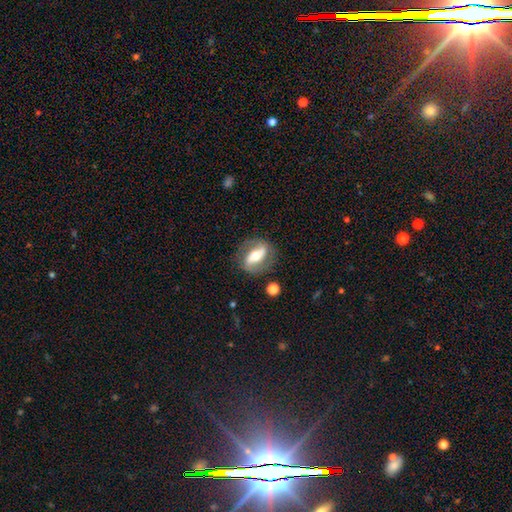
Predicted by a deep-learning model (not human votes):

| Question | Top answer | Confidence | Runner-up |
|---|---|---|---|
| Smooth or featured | featured or disk | 71% | smooth (23%) |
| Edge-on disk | no | 88% | yes (12%) |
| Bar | strong | 57% | weak (24%) |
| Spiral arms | yes | 74% | no (26%) |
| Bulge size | moderate | 67% | small (18%) |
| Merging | none | 78% | minor disturbance (13%) |